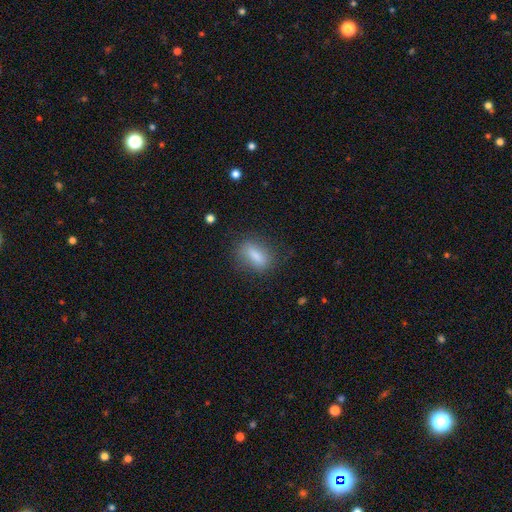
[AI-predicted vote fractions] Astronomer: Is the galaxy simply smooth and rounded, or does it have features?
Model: smooth — 80%.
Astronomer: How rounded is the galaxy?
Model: in between — 70%.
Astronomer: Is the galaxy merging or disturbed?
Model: none — 75%.